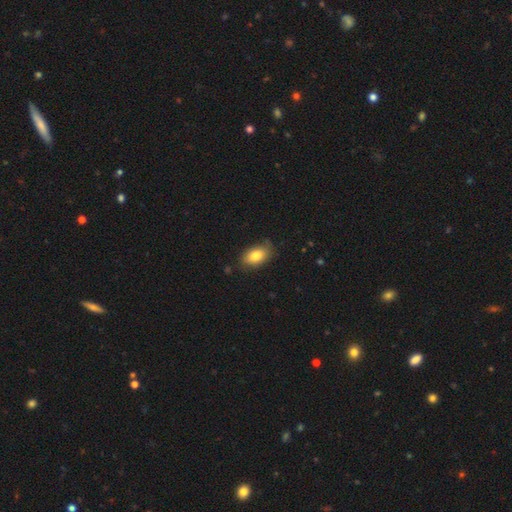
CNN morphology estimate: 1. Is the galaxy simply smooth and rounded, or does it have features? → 83% smooth, 10% featured or disk, 7% star or artifact.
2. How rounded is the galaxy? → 91% in between, 6% round, 2% cigar-shaped.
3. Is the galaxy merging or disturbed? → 75% none, 20% minor disturbance, 4% major disturbance, 1% merger.